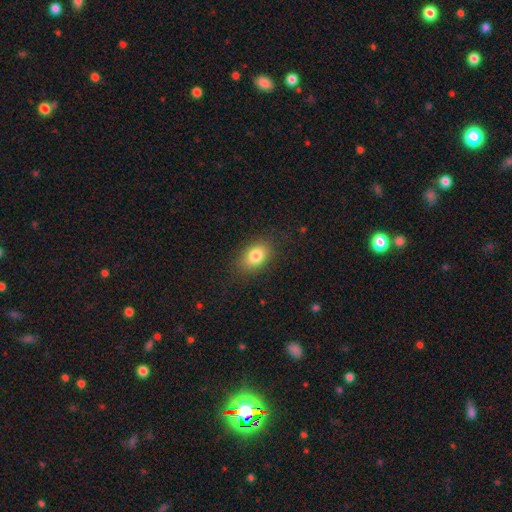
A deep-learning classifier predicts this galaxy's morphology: This is clearly a smooth galaxy (81%). How rounded: clearly in between (80%). Merging: clearly none (83%).